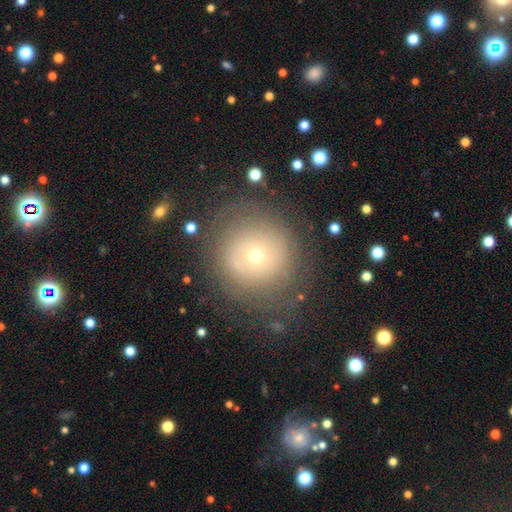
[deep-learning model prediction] smooth 51%, featured or disk 35%, star or artifact 14%. Down the decision tree: how rounded — round (91%); merging — none (74%).